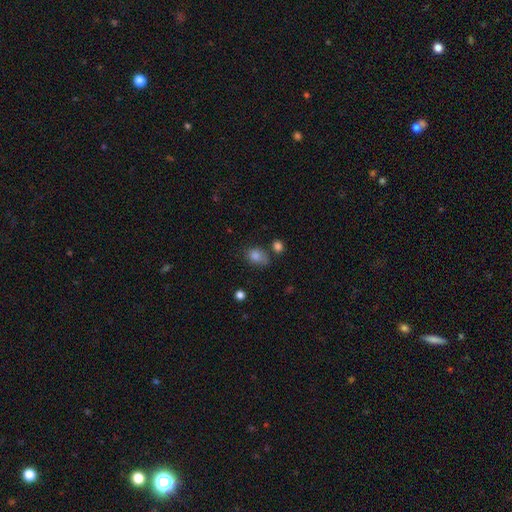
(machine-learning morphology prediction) Smooth or featured: smooth — 82% (star or artifact — 10%)
How rounded: in between — 66% (round — 33%)
Merging: none — 56% (minor disturbance — 27%)